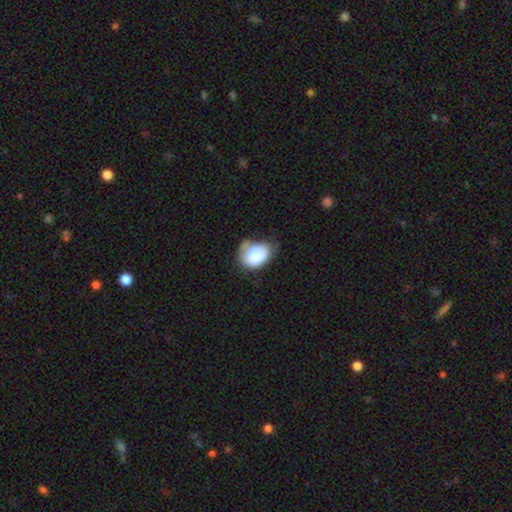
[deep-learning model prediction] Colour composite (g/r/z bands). It shows a smooth galaxy with no disk features (81%) that is in between round and cigar-shaped (67%). Merging: minor disturbance (40%).